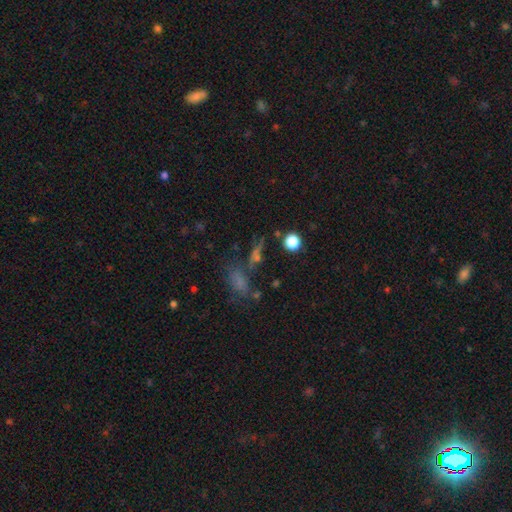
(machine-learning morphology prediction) Smooth or featured? star or artifact (45%)